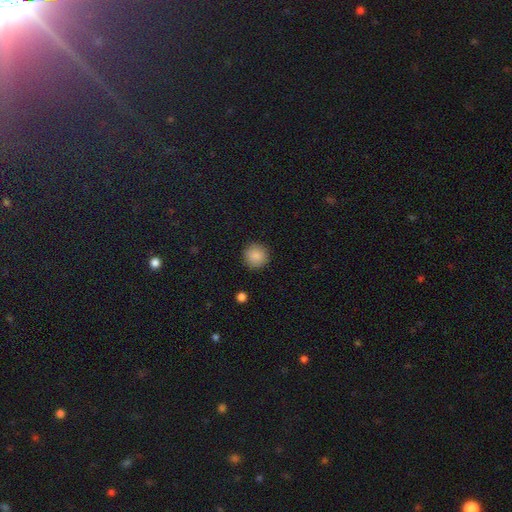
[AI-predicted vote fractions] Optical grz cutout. It shows a smooth galaxy with no disk features (88%) that is round (95%). Merging: none (92%).